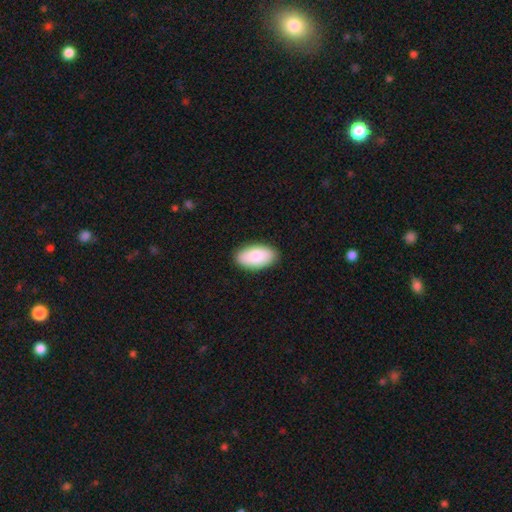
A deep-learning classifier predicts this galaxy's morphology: Smooth or featured? Predicted: smooth (p=0.86). How rounded? Predicted: in between (p=0.95). Merging? Predicted: none (p=0.88).